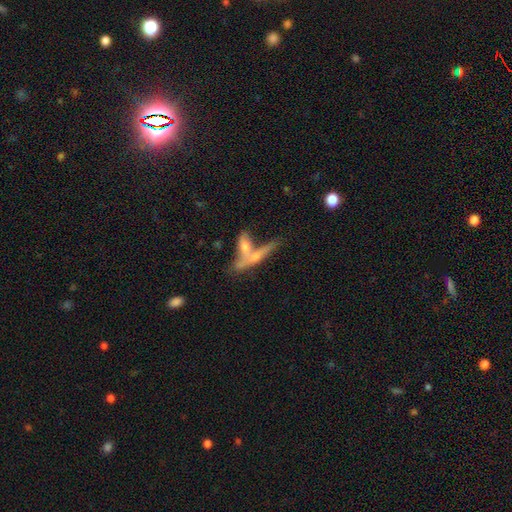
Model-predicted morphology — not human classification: smooth-or-featured: featured or disk: 46% | smooth: 45% | star or artifact: 10%
  merging: merger: 48% | none: 36% | minor disturbance: 10% | major disturbance: 6%